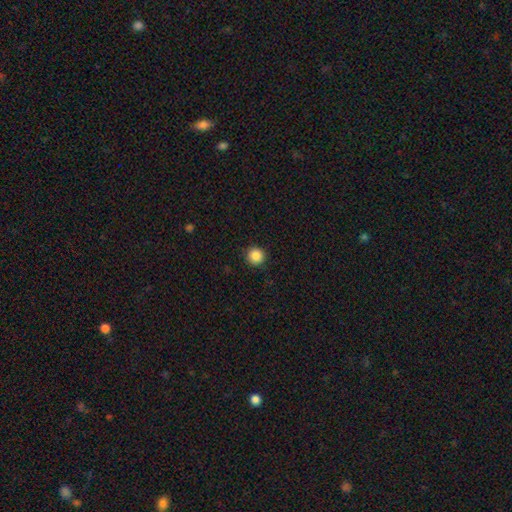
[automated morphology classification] This is clearly a smooth galaxy (87%). How rounded: clearly round (95%). Merging: clearly none (92%).